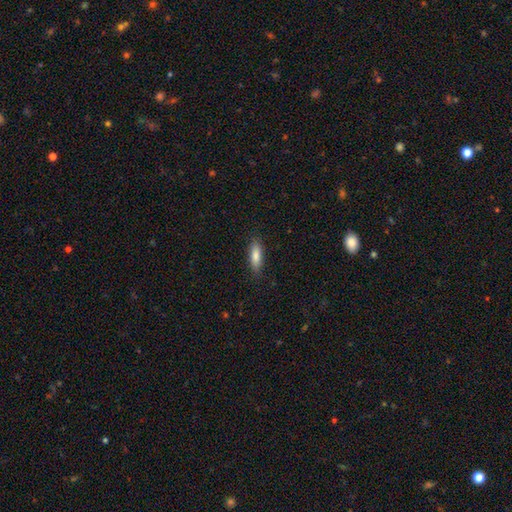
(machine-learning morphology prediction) A smooth galaxy with no disk features (81%) that is in between round and cigar-shaped (51%).

Vote fractions:
- Smooth or featured? smooth: 81% / featured or disk: 12% / star or artifact: 7%
- How rounded? in between: 51% / cigar-shaped: 47% / round: 2%
- Merging? none: 86% / minor disturbance: 10% / major disturbance: 2% / merger: 1%